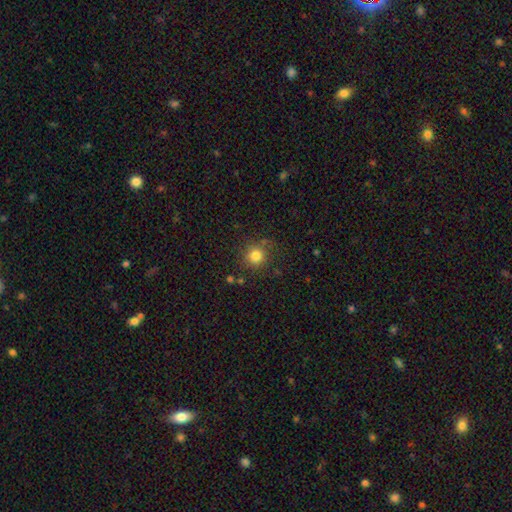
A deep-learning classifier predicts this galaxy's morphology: smooth 81%, star or artifact 13%, featured or disk 6%. Down the decision tree: how rounded — round (93%); merging — none (82%).